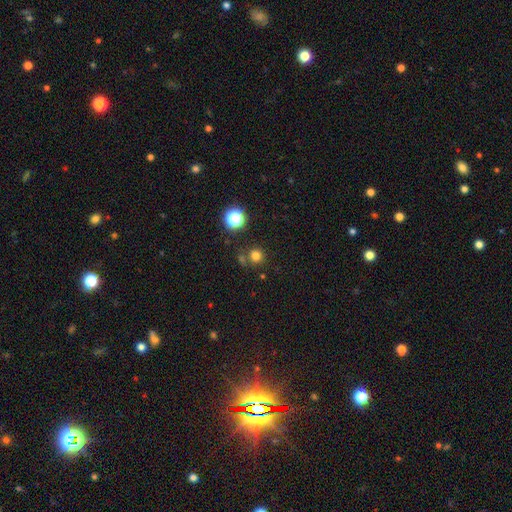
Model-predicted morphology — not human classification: Overall: smooth (74%). How rounded: round (93%). Merging: none (75%).